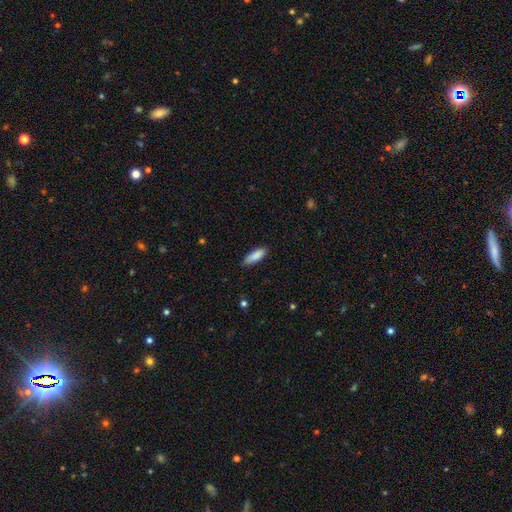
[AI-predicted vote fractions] smooth 88%, featured or disk 7%, star or artifact 6%. Down the decision tree: how rounded — in between (53%); merging — none (84%).